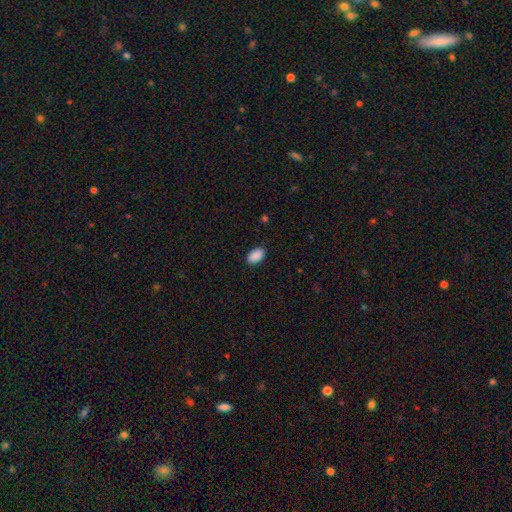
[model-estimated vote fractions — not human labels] Smooth or featured?
  - smooth: 90% *
  - star or artifact: 7%
  - featured or disk: 3%
How rounded?
  - in between: 93% *
  - round: 6%
  - cigar-shaped: 2%
Merging?
  - none: 89% *
  - minor disturbance: 8%
  - major disturbance: 2%
  - merger: 1%